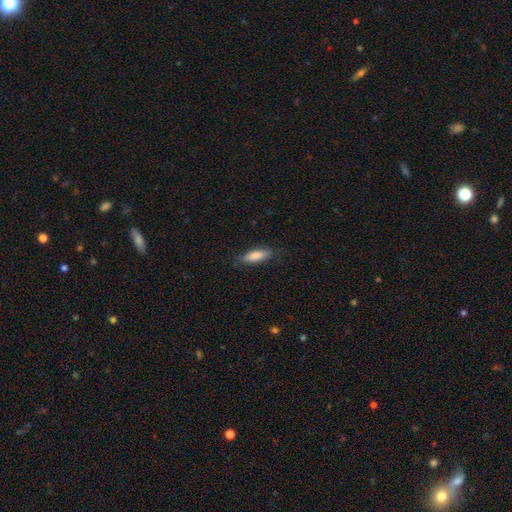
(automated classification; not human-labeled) A smooth galaxy with no disk features (84%) that is in between round and cigar-shaped (56%).

Vote fractions:
- Smooth or featured? smooth: 84% / featured or disk: 10% / star or artifact: 6%
- How rounded? in between: 56% / cigar-shaped: 42% / round: 2%
- Merging? none: 81% / minor disturbance: 14% / major disturbance: 3% / merger: 1%